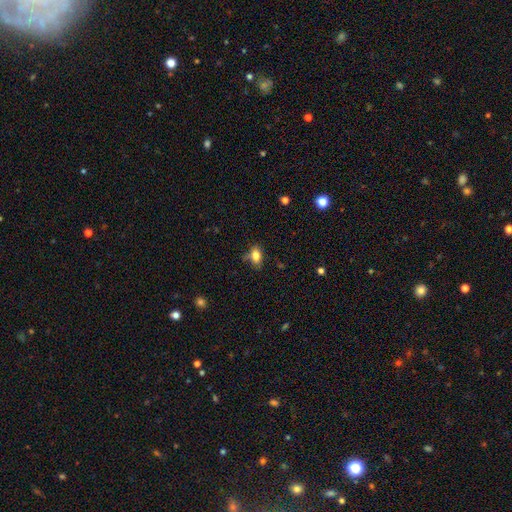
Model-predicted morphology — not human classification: This appears to be a smooth galaxy with no disk features (80%) that is in between round and cigar-shaped (84%). Merging: none (61%).